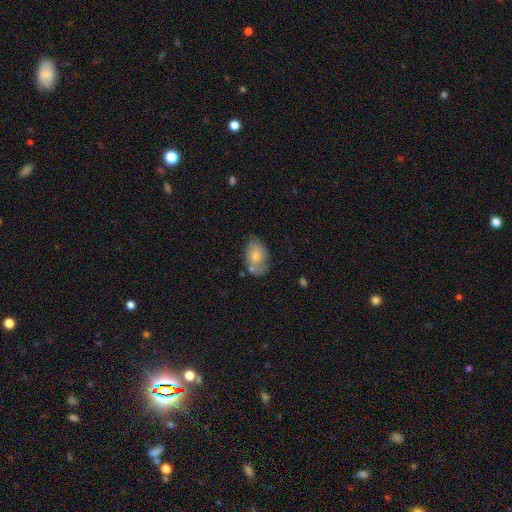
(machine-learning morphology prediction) smooth_or_featured: smooth (p=0.65) [alt: featured or disk p=0.27]
how_rounded: in between (p=0.86) [alt: round p=0.13]
merging: none (p=0.56) [alt: minor disturbance p=0.24]